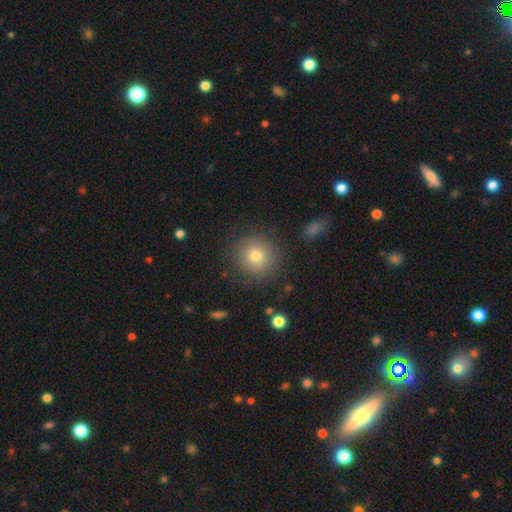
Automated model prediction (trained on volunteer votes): Smooth or featured? Predicted: smooth (p=0.76). How rounded? Predicted: round (p=0.92). Merging? Predicted: none (p=0.86).